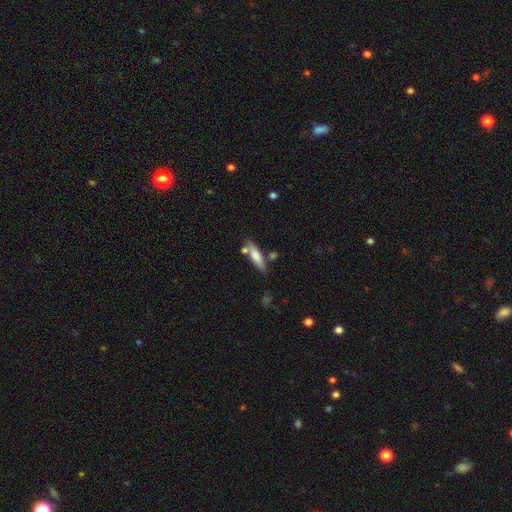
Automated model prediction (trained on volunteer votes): Q: Smooth or featured?
A: smooth (68%); runner-up: featured or disk (25%)
Q: How rounded?
A: cigar-shaped (65%); runner-up: in between (33%)
Q: Merging?
A: none (69%); runner-up: minor disturbance (15%)